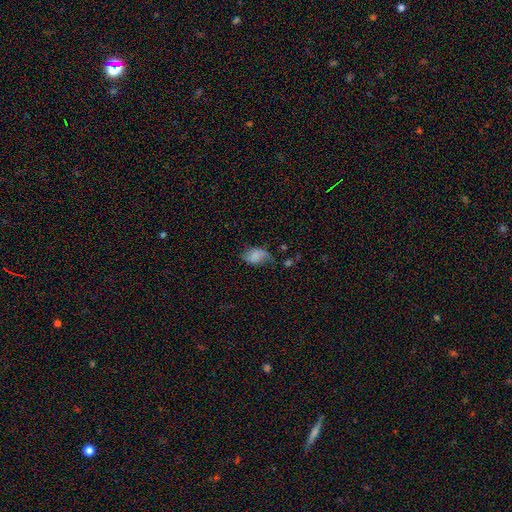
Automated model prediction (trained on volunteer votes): Smooth or featured? Predicted: smooth (p=0.75). How rounded? Predicted: in between (p=0.83). Merging? Predicted: none (p=0.40).